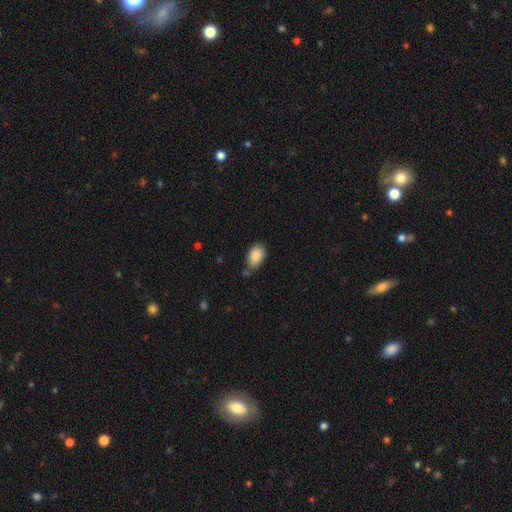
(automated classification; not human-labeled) smooth-or-featured: smooth: 88% | star or artifact: 7% | featured or disk: 5%
  how-rounded: in between: 85% | round: 14% | cigar-shaped: 1%
  merging: none: 66% | minor disturbance: 23% | merger: 7% | major disturbance: 5%